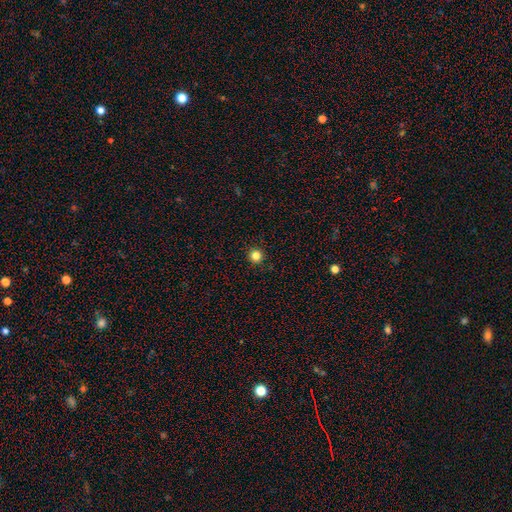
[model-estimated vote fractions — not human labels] Q: Smooth or featured?
A: smooth (83%); runner-up: star or artifact (13%)
Q: How rounded?
A: round (96%); runner-up: in between (3%)
Q: Merging?
A: none (93%); runner-up: minor disturbance (4%)